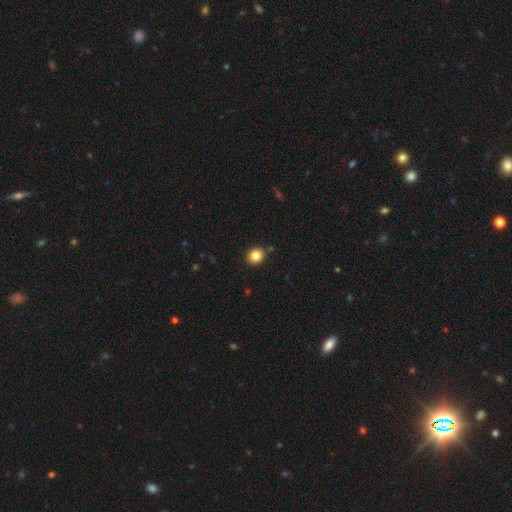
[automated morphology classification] The model was most divided on "how rounded": round: 75%, in between: 24%, cigar-shaped: 1%. More confident: merging — none (87%); smooth or featured — smooth (84%).